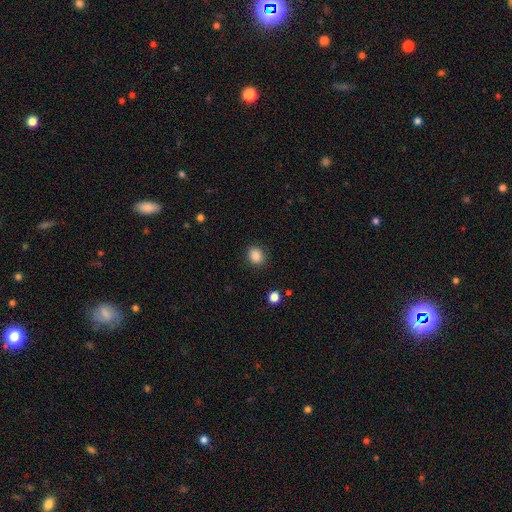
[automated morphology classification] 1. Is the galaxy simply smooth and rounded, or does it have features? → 87% smooth, 10% star or artifact, 3% featured or disk.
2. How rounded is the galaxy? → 62% round, 37% in between, 1% cigar-shaped.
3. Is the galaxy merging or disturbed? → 87% none, 9% minor disturbance, 3% major disturbance, 1% merger.